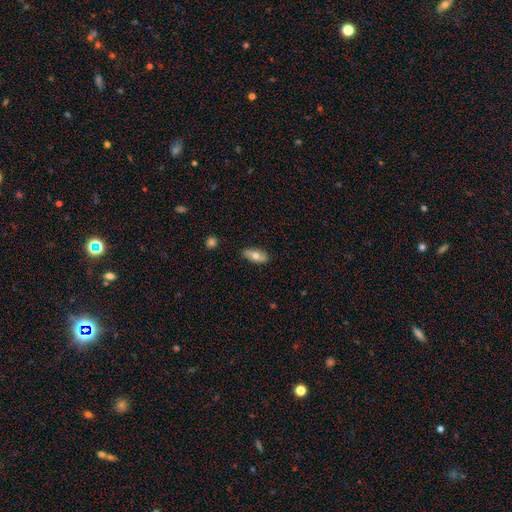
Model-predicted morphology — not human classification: Smooth or featured? Predicted: smooth (p=0.66). How rounded? Predicted: in between (p=0.83). Merging? Predicted: none (p=0.84).